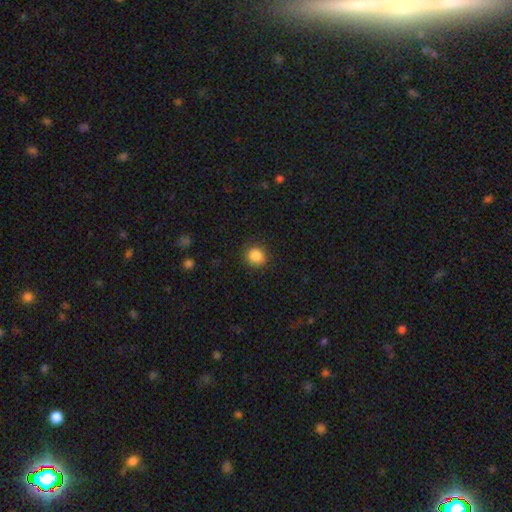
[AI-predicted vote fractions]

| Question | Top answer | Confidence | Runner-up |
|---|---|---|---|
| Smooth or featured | smooth | 86% | star or artifact (10%) |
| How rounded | round | 89% | in between (10%) |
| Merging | none | 88% | minor disturbance (8%) |